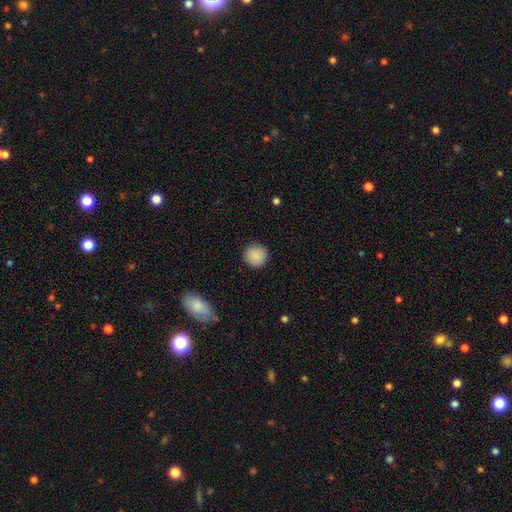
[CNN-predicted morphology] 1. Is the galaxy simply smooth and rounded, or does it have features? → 89% smooth, 8% star or artifact, 4% featured or disk.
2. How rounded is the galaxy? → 94% round, 5% in between, 1% cigar-shaped.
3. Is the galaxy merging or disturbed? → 91% none, 6% minor disturbance, 2% major disturbance, 1% merger.